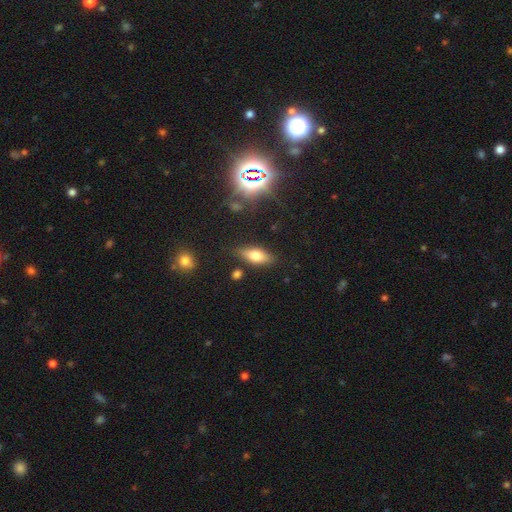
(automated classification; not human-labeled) Smooth or featured?
  - smooth: 65% *
  - featured or disk: 24%
  - star or artifact: 11%
How rounded?
  - in between: 75% *
  - cigar-shaped: 21%
  - round: 4%
Merging?
  - none: 81% *
  - minor disturbance: 13%
  - major disturbance: 3%
  - merger: 3%